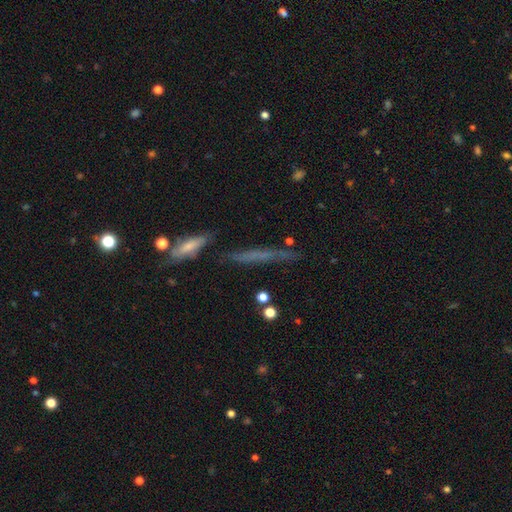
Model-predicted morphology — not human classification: Overall: smooth (43%, tied with featured or disk). Merging: none (72%).